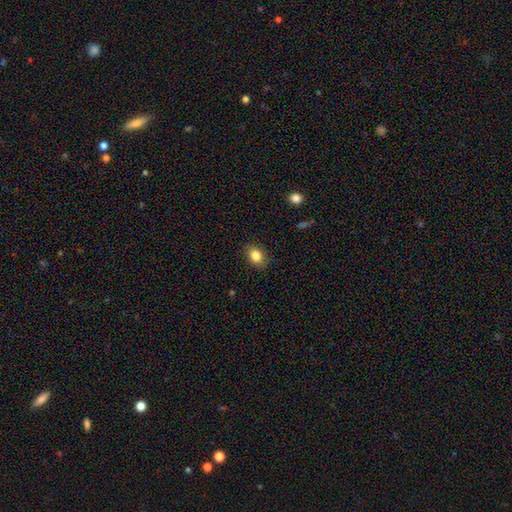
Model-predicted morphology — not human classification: Smooth or featured?
  - smooth: 84% *
  - star or artifact: 9%
  - featured or disk: 7%
How rounded?
  - in between: 67% *
  - round: 32%
  - cigar-shaped: 1%
Merging?
  - none: 84% *
  - minor disturbance: 12%
  - major disturbance: 3%
  - merger: 1%